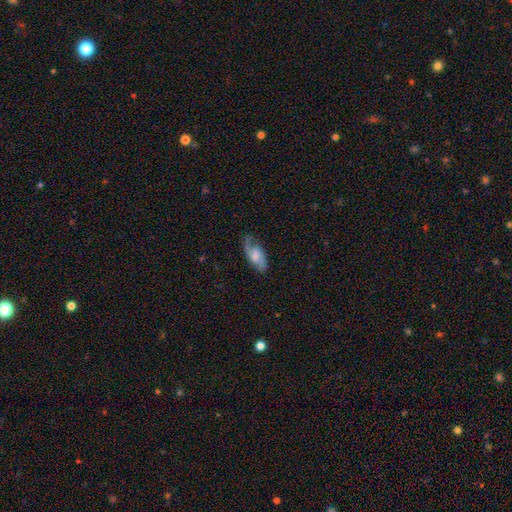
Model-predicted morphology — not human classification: smooth-or-featured: featured or disk: 68% | smooth: 26% | star or artifact: 6%
  disk-edge-on: no: 94% | yes: 6%
    bar: weak: 49% | no: 39% | strong: 12%
    has-spiral-arms: yes: 93% | no: 7%
      spiral-winding: medium: 47% | loose: 35% | tight: 18%
      spiral-arm-count: 2: 82% | 1: 9% | can't tell: 6% | 3: 1% | 4: 1% | more than 4: 1%
    bulge-size: moderate: 38% | small: 27% | none: 19% | large: 14% | dominant: 2%
  merging: none: 72% | minor disturbance: 19% | major disturbance: 8% | merger: 1%